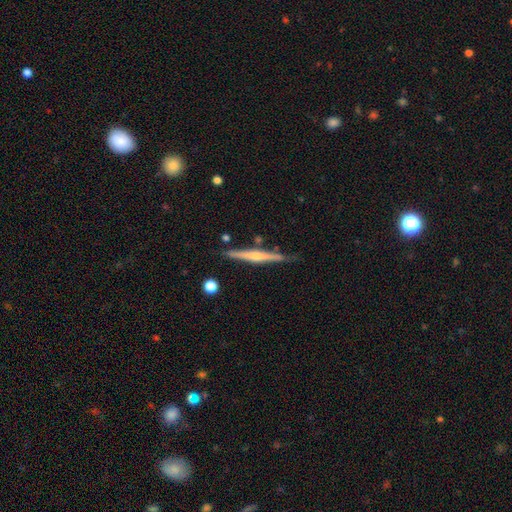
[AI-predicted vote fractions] Smooth or featured: featured or disk — 68% (smooth — 26%)
Edge-on disk: yes — 98% (no — 2%)
Edge-on bulge: rounded — 64% (none — 26%)
Merging: none — 82% (minor disturbance — 13%)